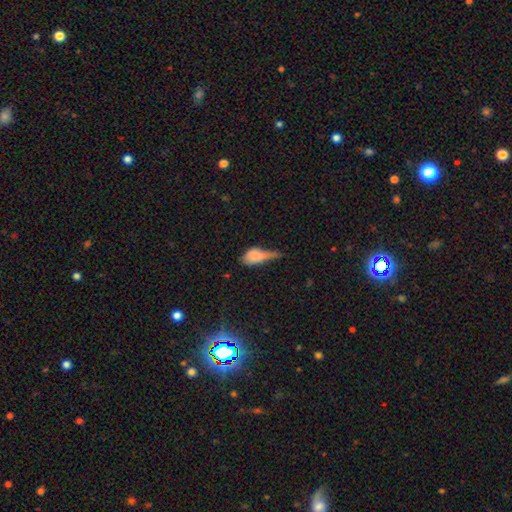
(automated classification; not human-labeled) A smooth galaxy with no disk features (70%) that is in between round and cigar-shaped (81%). Merging: minor disturbance (38%).